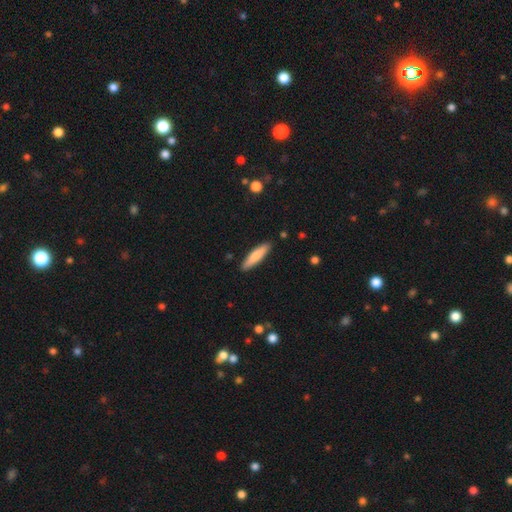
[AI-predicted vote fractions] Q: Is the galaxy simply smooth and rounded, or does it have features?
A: smooth — 77%.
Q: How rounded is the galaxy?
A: cigar-shaped — 80%.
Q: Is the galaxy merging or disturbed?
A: none — 89%.